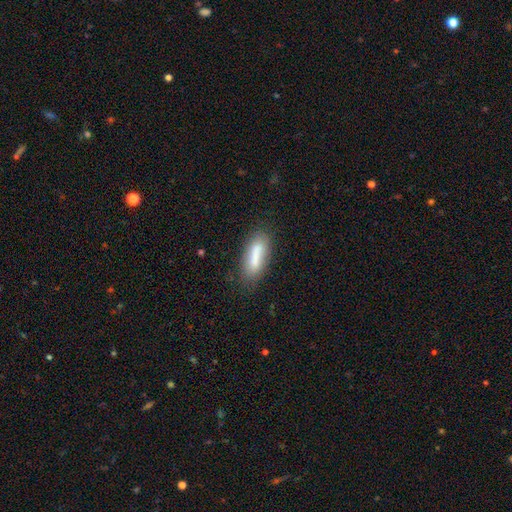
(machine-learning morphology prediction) smooth 76%, featured or disk 16%, star or artifact 8%. Down the decision tree: how rounded — in between (55%); merging — none (70%).